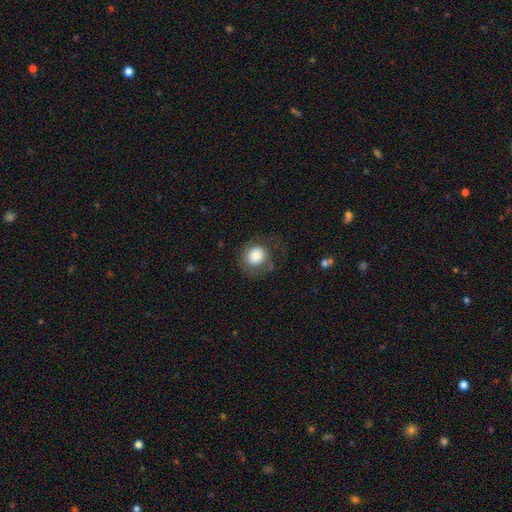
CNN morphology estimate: Smooth or featured?
  - smooth: 79% *
  - featured or disk: 13%
  - star or artifact: 8%
How rounded?
  - round: 80% *
  - in between: 19%
  - cigar-shaped: 1%
Merging?
  - none: 62% *
  - minor disturbance: 20%
  - major disturbance: 16%
  - merger: 2%